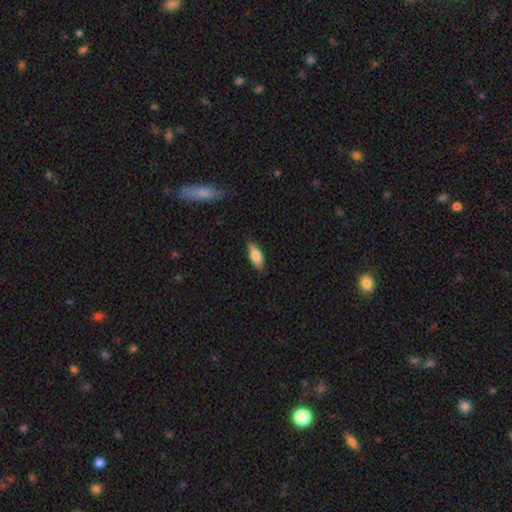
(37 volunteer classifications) Overall: smooth (84%). How rounded: in between (68%; cigar-shaped 32%). Merging: none (75%).